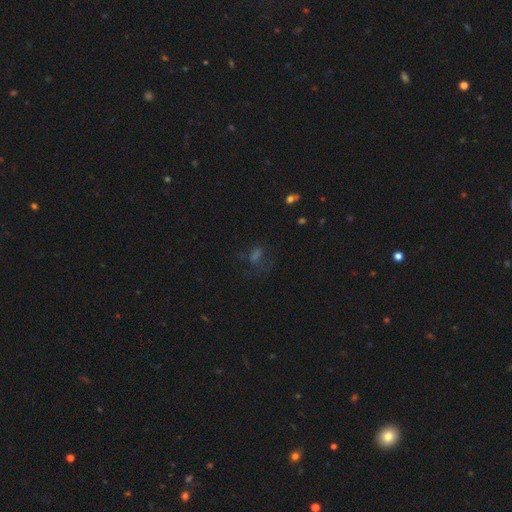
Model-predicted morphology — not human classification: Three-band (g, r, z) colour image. It shows a smooth galaxy with no disk features (39%). Merging: none (53%).